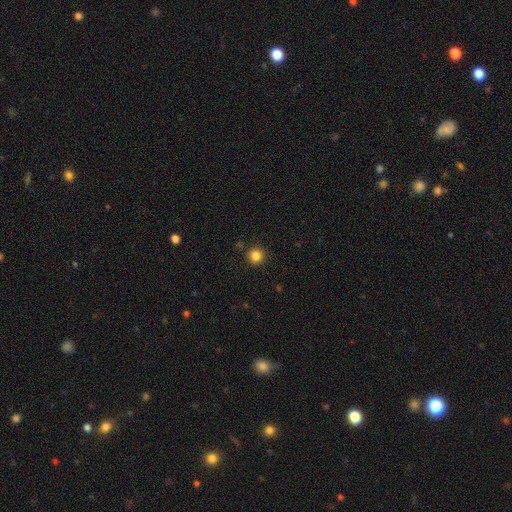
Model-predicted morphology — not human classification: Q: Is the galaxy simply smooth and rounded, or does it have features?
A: smooth — 84%.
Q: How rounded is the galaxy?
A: round — 95%.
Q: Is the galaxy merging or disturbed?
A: none — 90%.